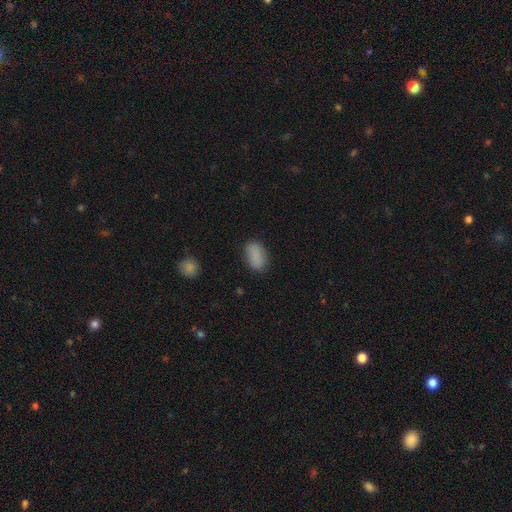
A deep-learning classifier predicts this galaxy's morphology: The model was most divided on "merging": none: 81%, minor disturbance: 14%, major disturbance: 3%, merger: 1%. More confident: how rounded — in between (90%); smooth or featured — smooth (86%).